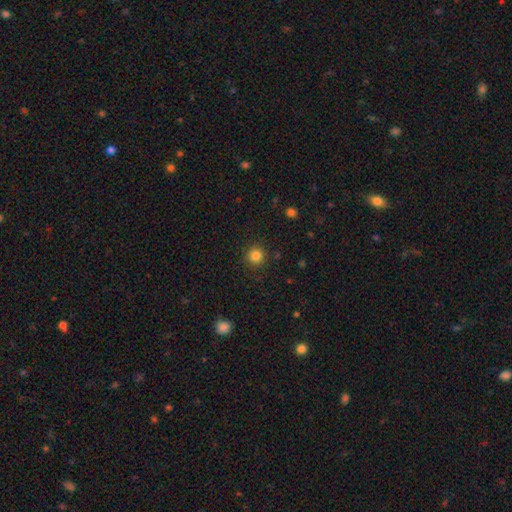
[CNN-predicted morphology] Q: Smooth or featured?
A: smooth (83%); runner-up: star or artifact (12%)
Q: How rounded?
A: round (94%); runner-up: in between (6%)
Q: Merging?
A: none (89%); runner-up: minor disturbance (7%)